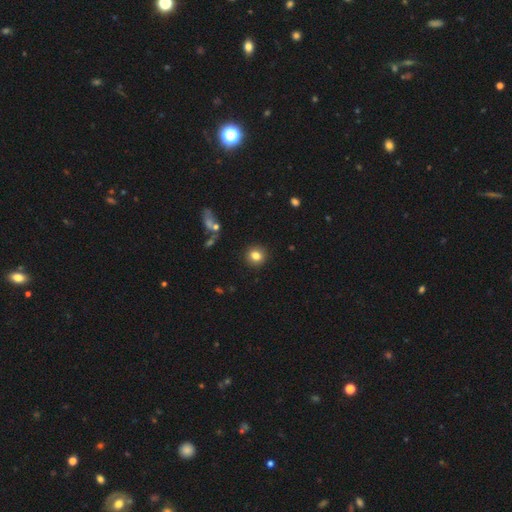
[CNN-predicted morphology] smooth_or_featured: smooth (p=0.81) [alt: star or artifact p=0.11]
how_rounded: round (p=0.86) [alt: in between p=0.13]
merging: none (p=0.90) [alt: minor disturbance p=0.06]